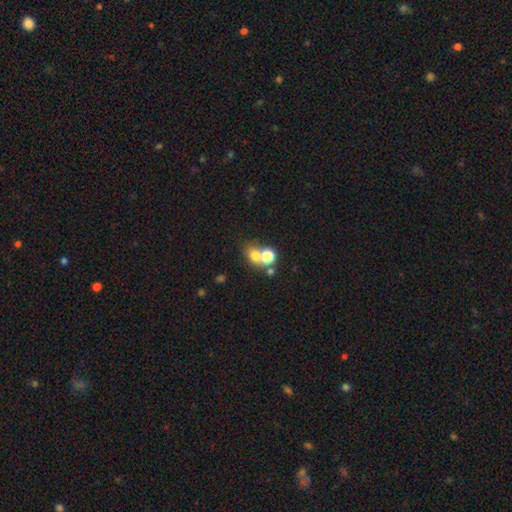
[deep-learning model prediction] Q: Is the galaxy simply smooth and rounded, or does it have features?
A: smooth — 69%.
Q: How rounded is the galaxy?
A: round — 66%.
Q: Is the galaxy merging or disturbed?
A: none — 44%.